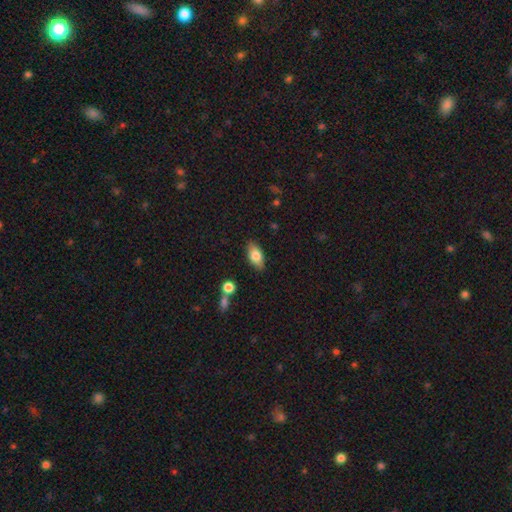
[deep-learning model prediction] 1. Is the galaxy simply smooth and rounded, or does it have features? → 78% smooth, 15% featured or disk, 7% star or artifact.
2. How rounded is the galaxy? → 88% in between, 8% cigar-shaped, 4% round.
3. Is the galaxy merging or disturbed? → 85% none, 10% minor disturbance, 2% merger, 2% major disturbance.